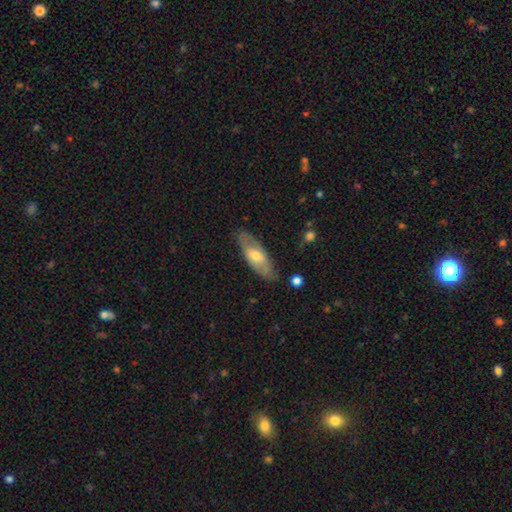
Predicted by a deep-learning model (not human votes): This appears to be a smooth galaxy with no disk features (50%). Merging: none (84%).